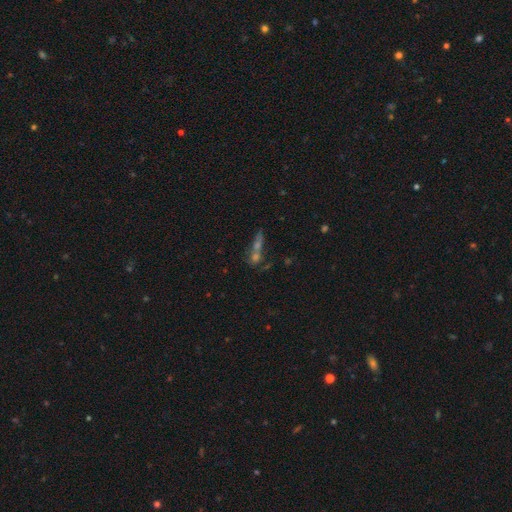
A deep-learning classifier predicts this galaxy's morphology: smooth-or-featured: smooth: 41% | featured or disk: 34% | star or artifact: 25%
  merging: merger: 50% | none: 34% | minor disturbance: 9% | major disturbance: 7%